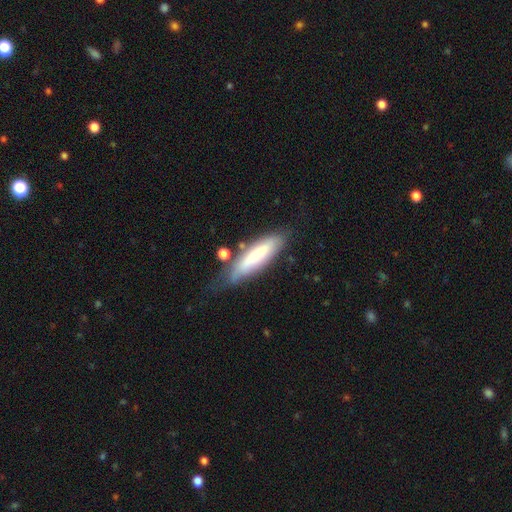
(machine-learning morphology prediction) smooth_or_featured: smooth (p=0.73) [alt: featured or disk p=0.21]
how_rounded: cigar-shaped (p=0.63) [alt: in between p=0.35]
merging: none (p=0.61) [alt: minor disturbance p=0.24]